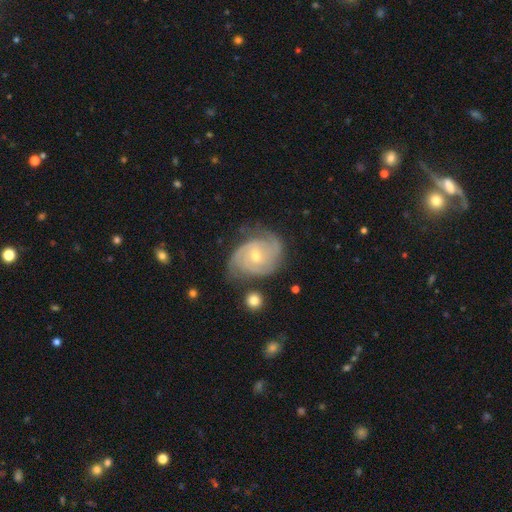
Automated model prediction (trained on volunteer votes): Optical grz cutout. It shows a featured or disk galaxy (88%) with no bar (64%), 2 (38%) tight (62%) spiral arms (97%) and a small central bulge (50%). Merging: none (71%).